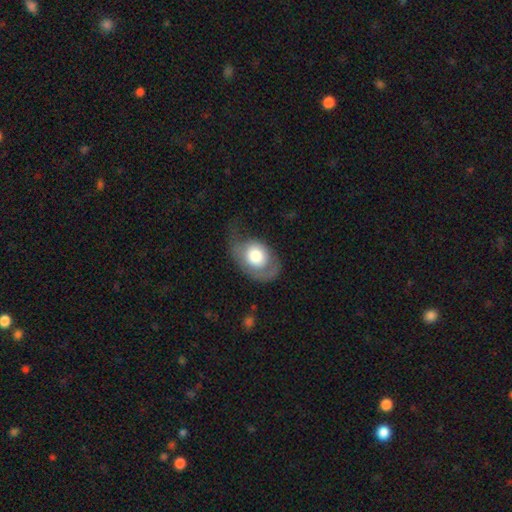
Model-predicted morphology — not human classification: smooth_or_featured: smooth (p=0.58) [alt: featured or disk p=0.36]
how_rounded: in between (p=0.68) [alt: round p=0.31]
merging: none (p=0.37) [alt: major disturbance p=0.31]